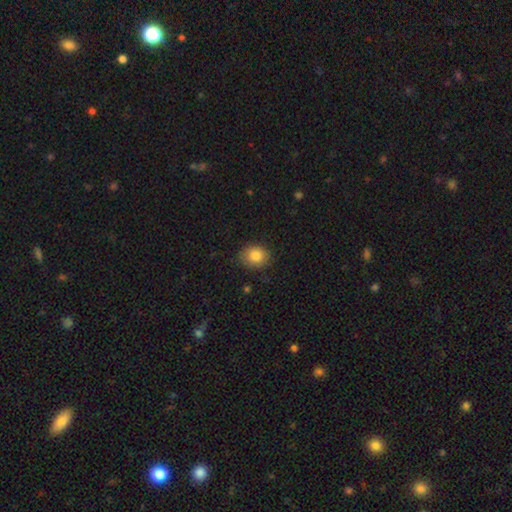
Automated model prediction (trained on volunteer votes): Smooth or featured? Predicted: smooth (p=0.84). How rounded? Predicted: round (p=0.67). Merging? Predicted: none (p=0.84).